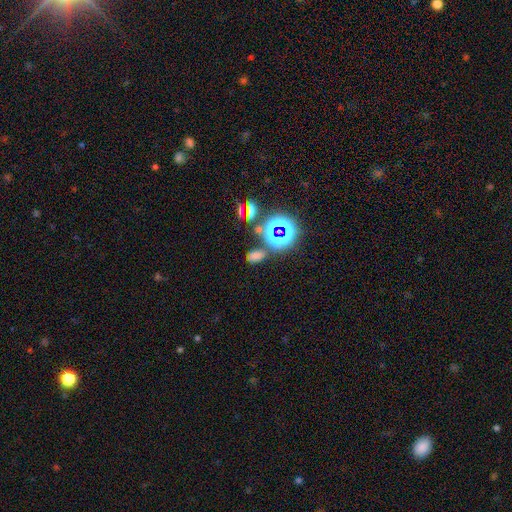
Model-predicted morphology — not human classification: smooth-or-featured: smooth: 53% | star or artifact: 39% | featured or disk: 8%
  how-rounded: in between: 80% | round: 16% | cigar-shaped: 3%
  merging: none: 67% | minor disturbance: 14% | merger: 12% | major disturbance: 7%